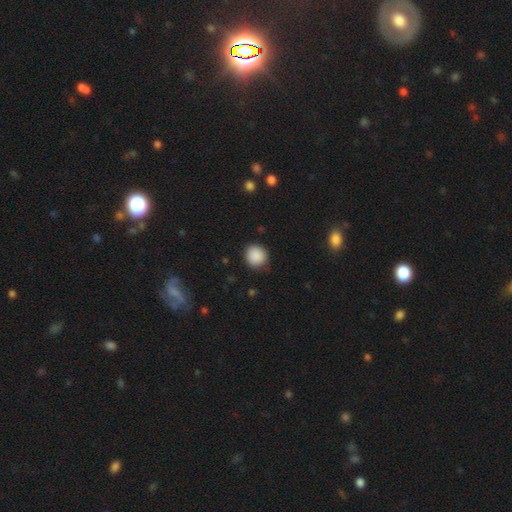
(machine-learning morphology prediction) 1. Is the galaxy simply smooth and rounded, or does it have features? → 89% smooth, 8% star or artifact, 3% featured or disk.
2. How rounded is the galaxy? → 90% round, 9% in between, 1% cigar-shaped.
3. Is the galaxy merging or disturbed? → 86% none, 10% minor disturbance, 3% major disturbance, 1% merger.